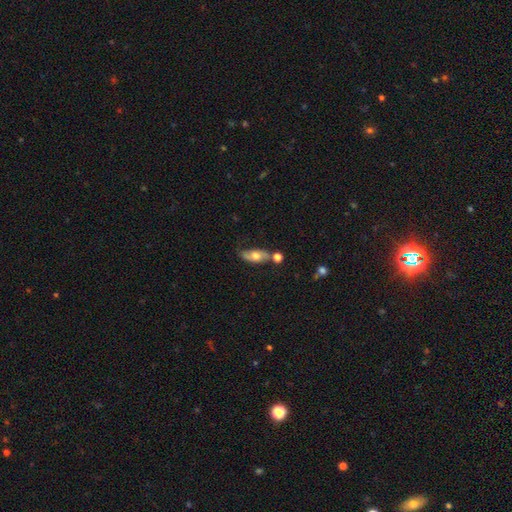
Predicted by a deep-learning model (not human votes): A smooth galaxy with no disk features (50%).

Vote fractions:
- Smooth or featured? smooth: 50% / featured or disk: 43% / star or artifact: 7%
- Merging? none: 56% / minor disturbance: 22% / merger: 15% / major disturbance: 7%